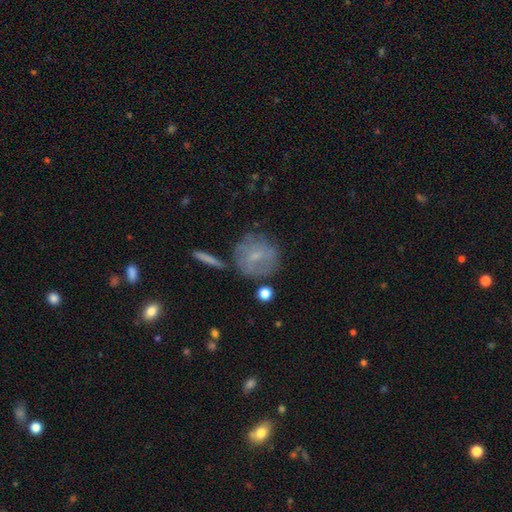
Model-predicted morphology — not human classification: Smooth or featured: smooth — 52% (featured or disk — 38%)
How rounded: round — 81% (in between — 17%)
Merging: none — 65% (minor disturbance — 19%)